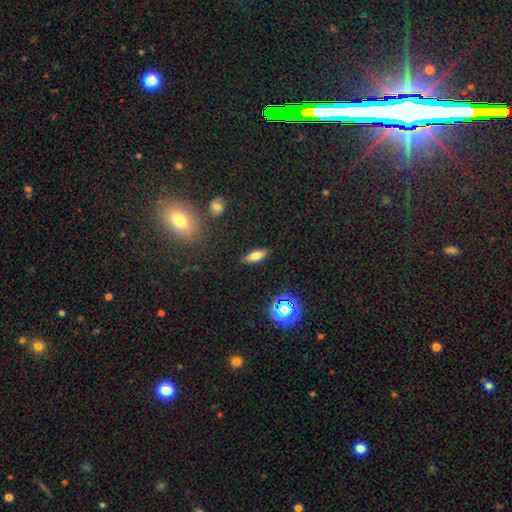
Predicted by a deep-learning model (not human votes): smooth 68%, featured or disk 19%, star or artifact 13%. Down the decision tree: how rounded — in between (66%); merging — none (86%).